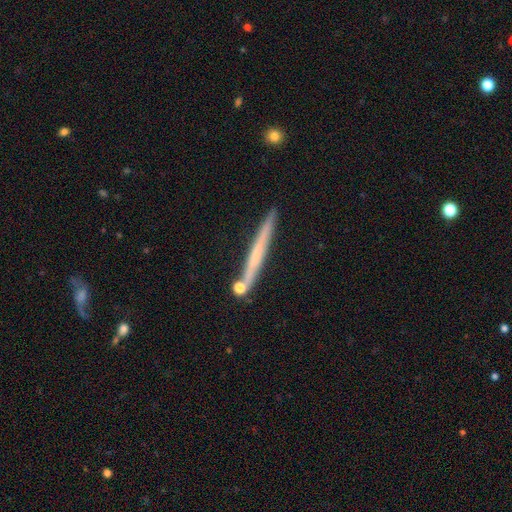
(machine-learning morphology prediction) smooth-or-featured: featured or disk: 48% | smooth: 45% | star or artifact: 7%
  merging: none: 82% | minor disturbance: 10% | merger: 6% | major disturbance: 2%